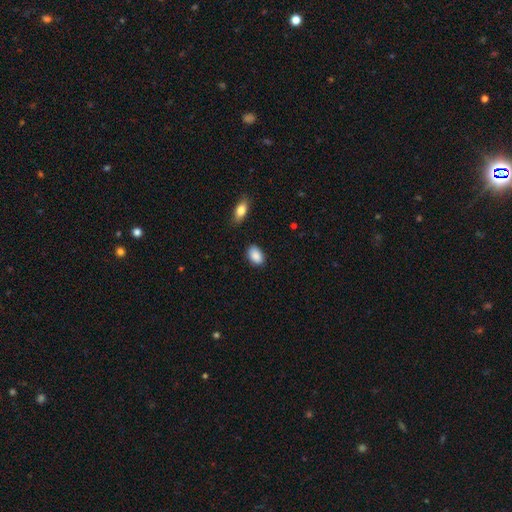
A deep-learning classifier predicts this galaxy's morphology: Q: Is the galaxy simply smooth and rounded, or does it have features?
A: smooth — 89%.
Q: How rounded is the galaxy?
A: in between — 89%.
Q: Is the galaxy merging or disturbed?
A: none — 83%.